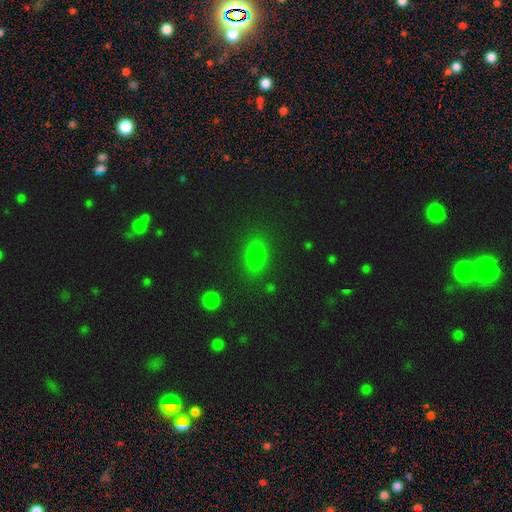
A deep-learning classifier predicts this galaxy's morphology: Q: Smooth or featured?
A: smooth (79%); runner-up: star or artifact (14%)
Q: How rounded?
A: in between (79%); runner-up: round (15%)
Q: Merging?
A: none (82%); runner-up: minor disturbance (12%)